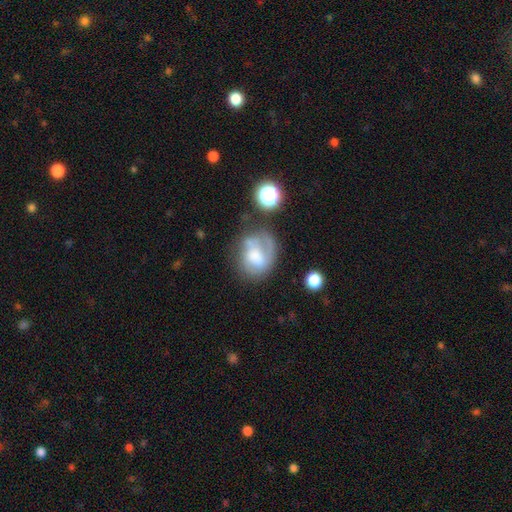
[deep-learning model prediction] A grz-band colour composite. It shows a featured or disk galaxy (49%). Merging: none (35%).